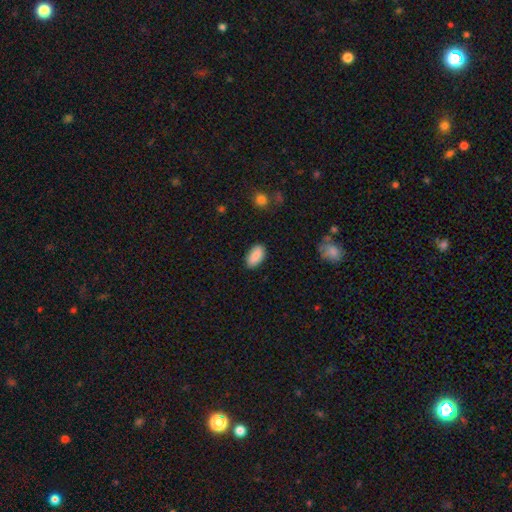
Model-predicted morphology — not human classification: A smooth galaxy with no disk features (87%) that is in between round and cigar-shaped (92%).

Vote fractions:
- Smooth or featured? smooth: 87% / star or artifact: 7% / featured or disk: 6%
- How rounded? in between: 92% / cigar-shaped: 5% / round: 3%
- Merging? none: 85% / minor disturbance: 11% / major disturbance: 2% / merger: 1%